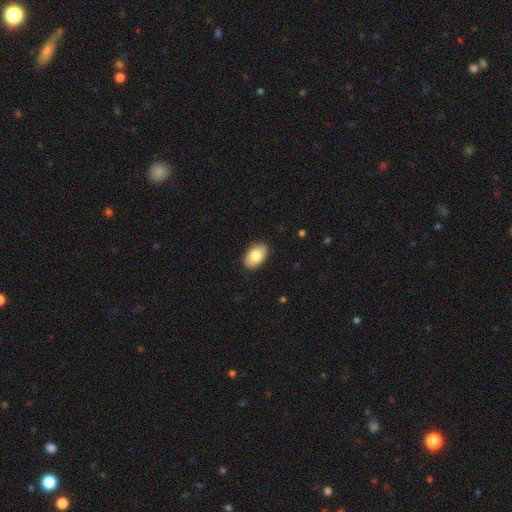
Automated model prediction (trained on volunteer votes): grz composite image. It shows a smooth galaxy with no disk features (81%) that is in between round and cigar-shaped (92%). Merging: none (89%).